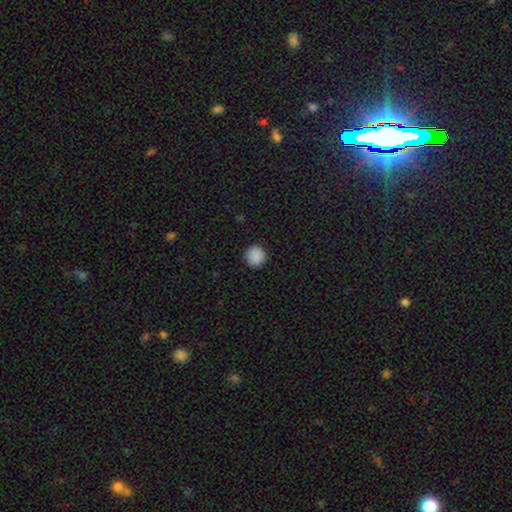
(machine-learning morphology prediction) Smooth or featured: smooth — 89% (star or artifact — 8%)
How rounded: round — 94% (in between — 5%)
Merging: none — 92% (minor disturbance — 5%)